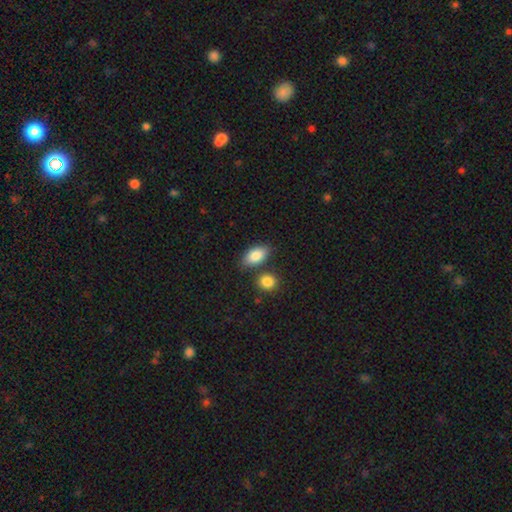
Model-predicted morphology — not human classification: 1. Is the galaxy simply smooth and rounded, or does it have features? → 86% smooth, 8% featured or disk, 6% star or artifact.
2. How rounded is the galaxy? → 91% in between, 5% round, 4% cigar-shaped.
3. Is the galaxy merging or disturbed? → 72% none, 13% merger, 12% minor disturbance, 3% major disturbance.